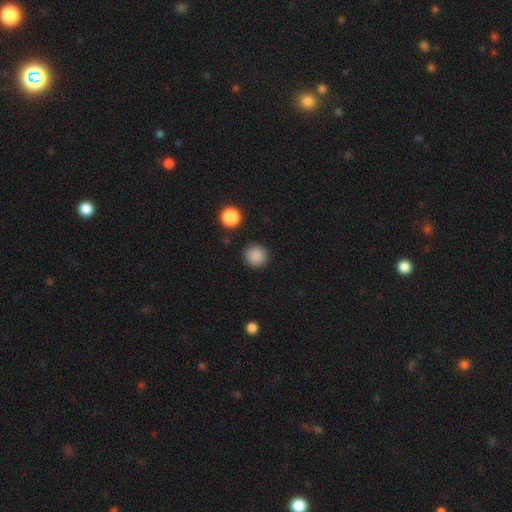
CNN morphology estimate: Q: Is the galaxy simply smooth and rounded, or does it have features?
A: smooth — 87%.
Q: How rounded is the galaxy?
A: round — 94%.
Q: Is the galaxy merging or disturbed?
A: none — 90%.